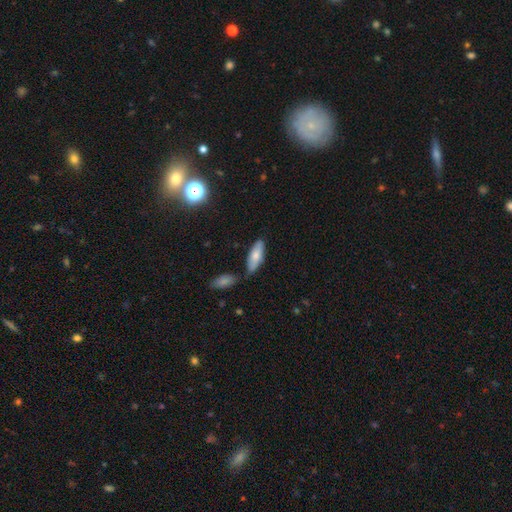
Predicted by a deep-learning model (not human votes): smooth 73%, featured or disk 20%, star or artifact 7%. Down the decision tree: how rounded — in between (66%); merging — none (65%).